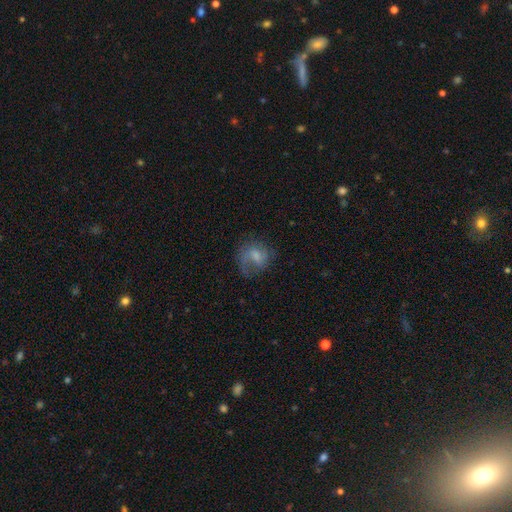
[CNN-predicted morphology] Smooth or featured? smooth (47%)
Merging? none (50%)